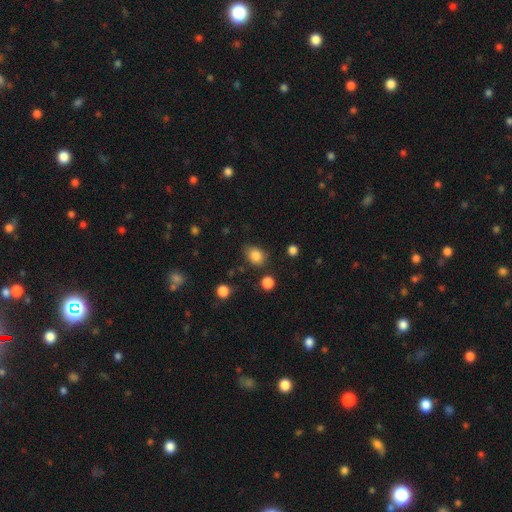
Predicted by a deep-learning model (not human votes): smooth 84%, star or artifact 10%, featured or disk 6%. Down the decision tree: how rounded — in between (56%); merging — none (72%).